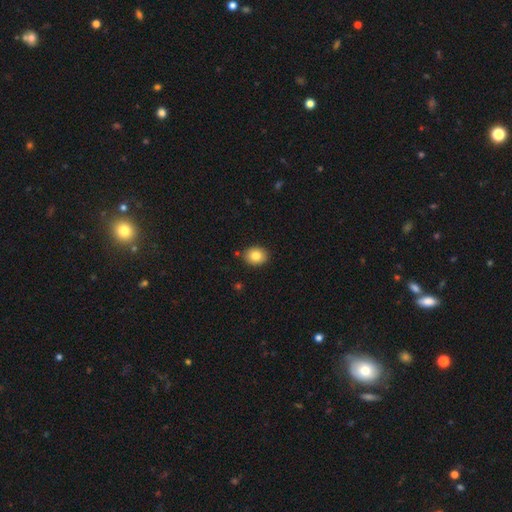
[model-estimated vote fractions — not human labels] Q: Smooth or featured?
A: smooth (82%); runner-up: star or artifact (9%)
Q: How rounded?
A: round (55%); runner-up: in between (44%)
Q: Merging?
A: none (88%); runner-up: minor disturbance (8%)